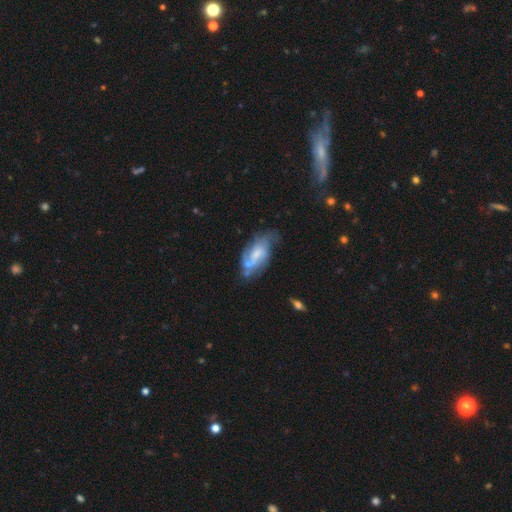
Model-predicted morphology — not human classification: This appears to be a featured or disk galaxy (63%) with no bar (53%), spiral arms (73%) and a moderate central bulge (34%). Merging: none (40%).